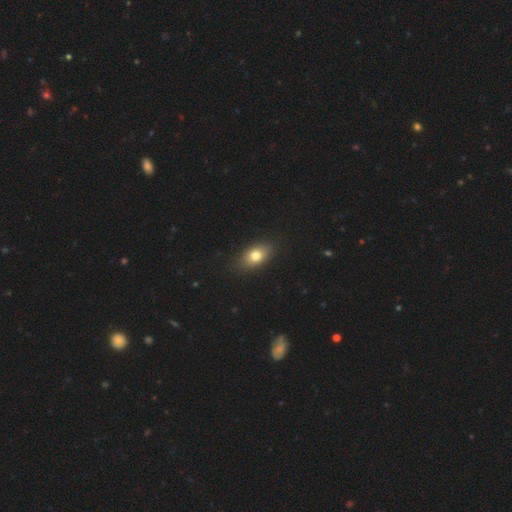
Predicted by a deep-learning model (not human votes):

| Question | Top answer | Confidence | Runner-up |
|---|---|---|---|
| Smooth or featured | smooth | 76% | featured or disk (14%) |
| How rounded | in between | 79% | round (17%) |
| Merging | none | 86% | minor disturbance (10%) |